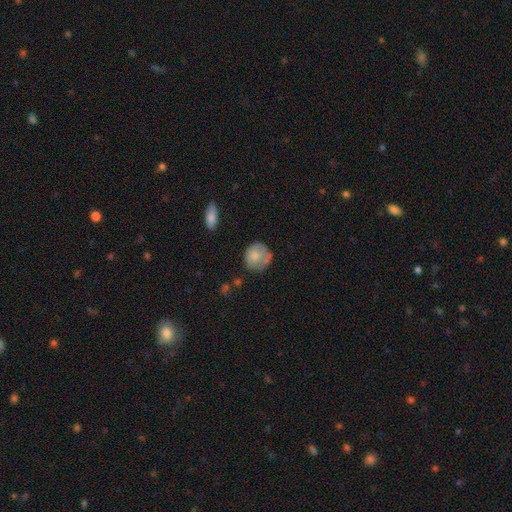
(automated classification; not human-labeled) The model was most divided on "merging": none: 58%, minor disturbance: 27%, major disturbance: 10%, merger: 5%. More confident: how rounded — round (81%); smooth or featured — smooth (70%).